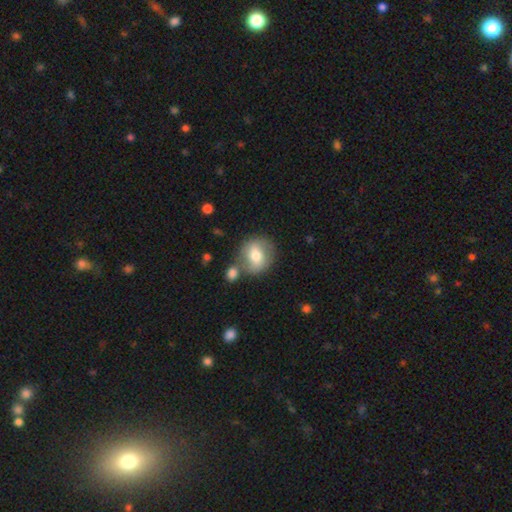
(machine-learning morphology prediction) A smooth galaxy with no disk features (60%) that is round (80%). Merging: none (67%).